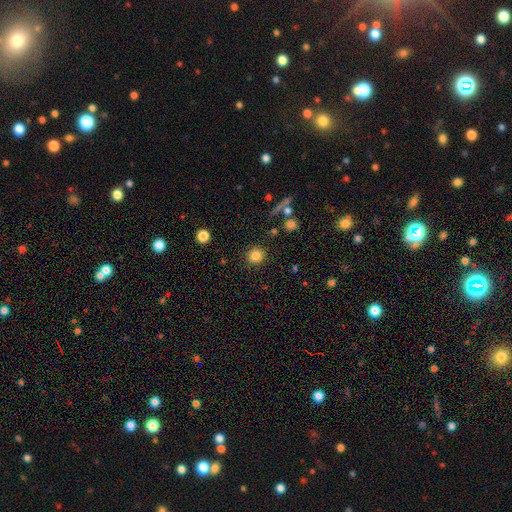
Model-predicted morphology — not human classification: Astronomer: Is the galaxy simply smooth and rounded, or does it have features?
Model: smooth — 83%.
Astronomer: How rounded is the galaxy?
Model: round — 91%.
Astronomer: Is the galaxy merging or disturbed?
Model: none — 88%.